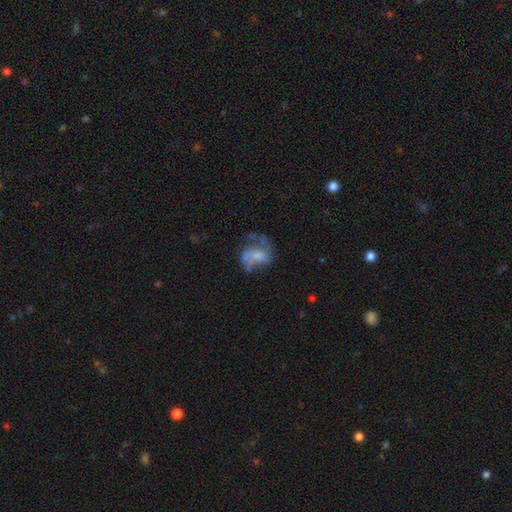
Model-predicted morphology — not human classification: Q: Smooth or featured?
A: featured or disk (58%); runner-up: smooth (33%)
Q: Edge-on disk?
A: no (98%); runner-up: yes (2%)
Q: Bar?
A: no (61%); runner-up: weak (31%)
Q: Spiral arms?
A: yes (67%); runner-up: no (33%)
Q: Bulge size?
A: moderate (33%); runner-up: small (30%)
Q: Merging?
A: major disturbance (41%); runner-up: none (32%)